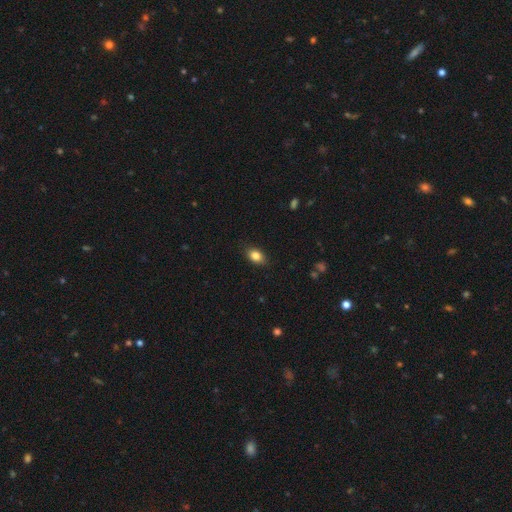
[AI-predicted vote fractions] Smooth or featured? Predicted: smooth (p=0.84). How rounded? Predicted: in between (p=0.82). Merging? Predicted: none (p=0.85).